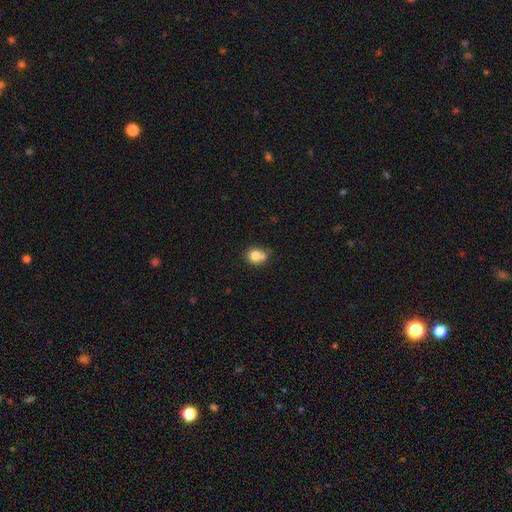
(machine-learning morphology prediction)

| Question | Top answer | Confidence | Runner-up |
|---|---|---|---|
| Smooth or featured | smooth | 78% | featured or disk (11%) |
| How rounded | round | 73% | in between (27%) |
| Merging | none | 49% | merger (30%) |